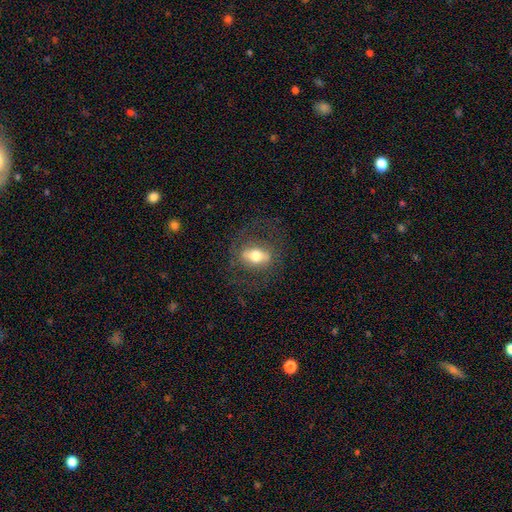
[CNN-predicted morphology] A featured or disk galaxy (48%).

Vote fractions:
- Smooth or featured? featured or disk: 48% / smooth: 43% / star or artifact: 9%
- Merging? none: 73% / minor disturbance: 14% / major disturbance: 12% / merger: 1%